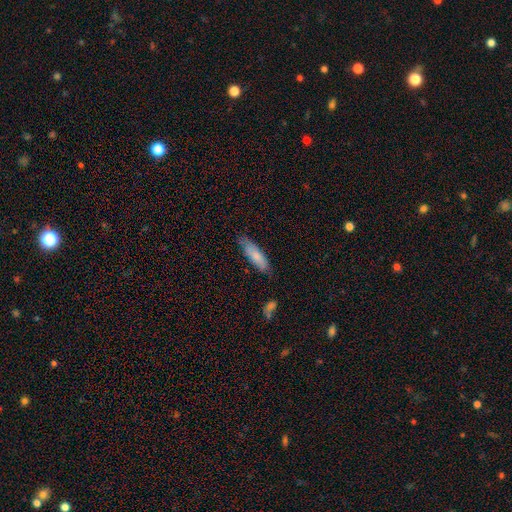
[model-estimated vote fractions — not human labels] Smooth or featured? smooth (77%)
How rounded? cigar-shaped (62%)
Merging? none (74%)